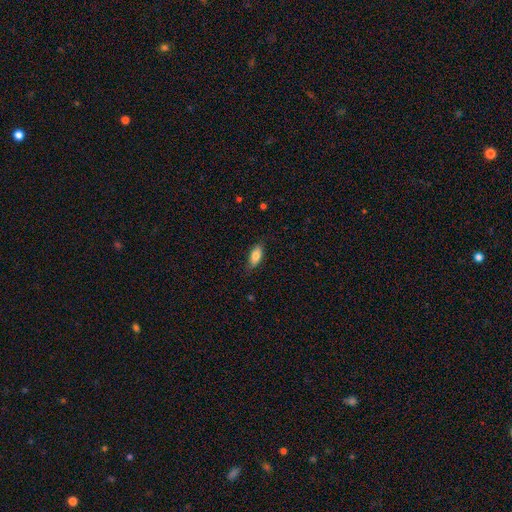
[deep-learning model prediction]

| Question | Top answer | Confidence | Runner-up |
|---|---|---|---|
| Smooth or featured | smooth | 81% | featured or disk (12%) |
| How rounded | in between | 85% | cigar-shaped (12%) |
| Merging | none | 82% | minor disturbance (15%) |